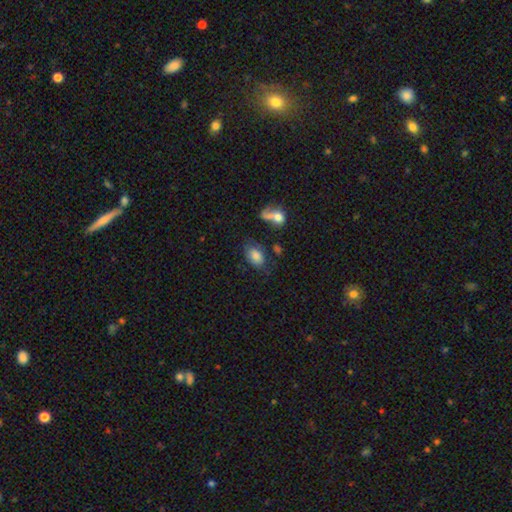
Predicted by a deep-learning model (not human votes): smooth_or_featured: smooth (p=0.78) [alt: featured or disk p=0.13]
how_rounded: in between (p=0.87) [alt: round p=0.12]
merging: none (p=0.59) [alt: minor disturbance p=0.21]